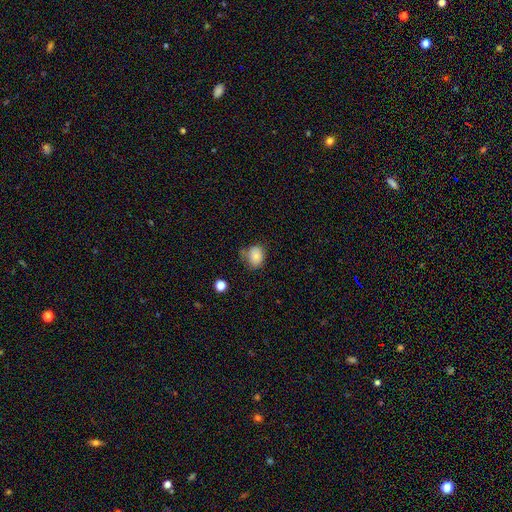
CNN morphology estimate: The model was most divided on "how rounded": in between: 50%, round: 49%, cigar-shaped: 1%. More confident: smooth or featured — smooth (80%); merging — none (55%).